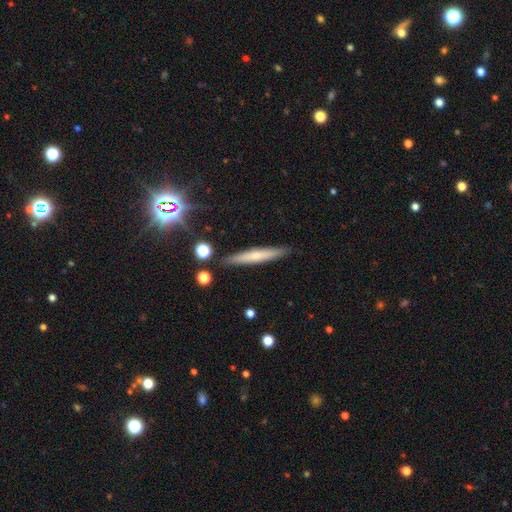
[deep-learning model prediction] A smooth galaxy with no disk features (54%) that is cigar-shaped (94%).

Vote fractions:
- Smooth or featured? smooth: 54% / featured or disk: 37% / star or artifact: 9%
- How rounded? cigar-shaped: 94% / in between: 5% / round: 2%
- Merging? none: 89% / minor disturbance: 8% / merger: 2% / major disturbance: 2%